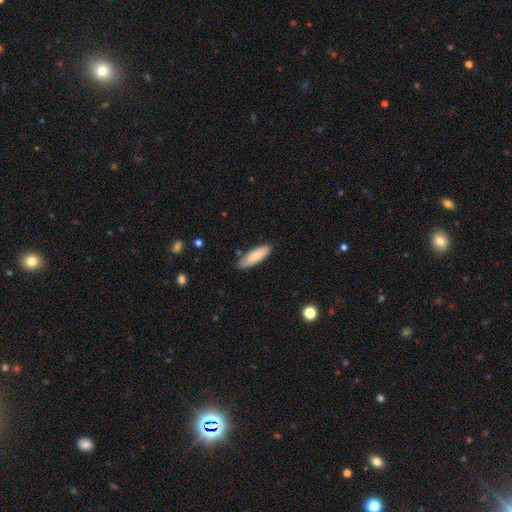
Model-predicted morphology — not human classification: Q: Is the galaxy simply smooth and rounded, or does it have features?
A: smooth — 80%.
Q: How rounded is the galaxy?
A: in between — 53%.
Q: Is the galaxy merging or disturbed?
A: none — 82%.